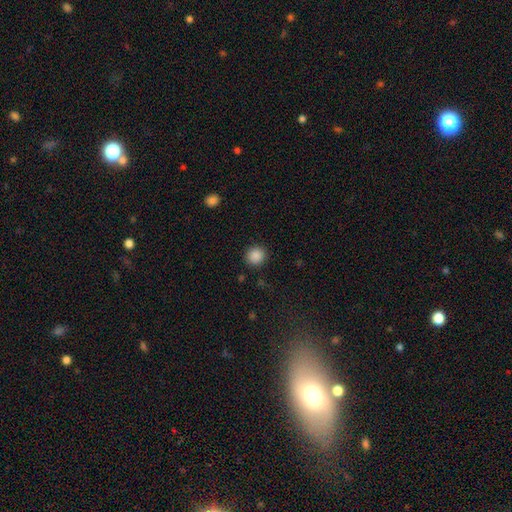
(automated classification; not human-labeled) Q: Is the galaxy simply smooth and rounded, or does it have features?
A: smooth — 88%.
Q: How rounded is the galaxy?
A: round — 91%.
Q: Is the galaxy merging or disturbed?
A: none — 90%.